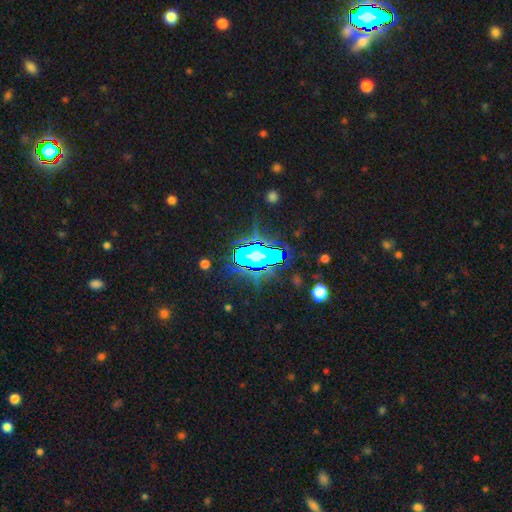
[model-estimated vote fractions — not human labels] Smooth or featured? star or artifact (55%)